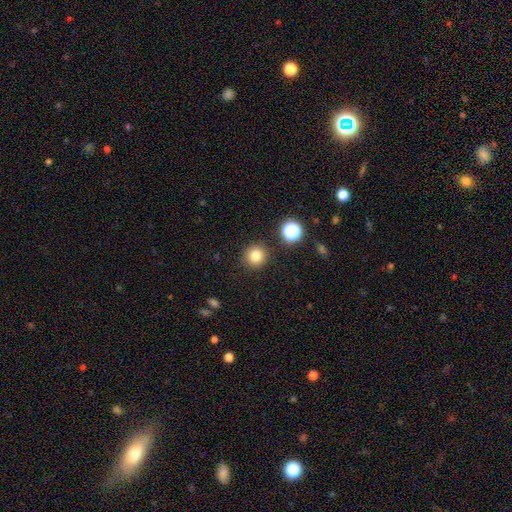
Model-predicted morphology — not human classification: Smooth or featured? smooth (80%)
How rounded? round (95%)
Merging? none (89%)